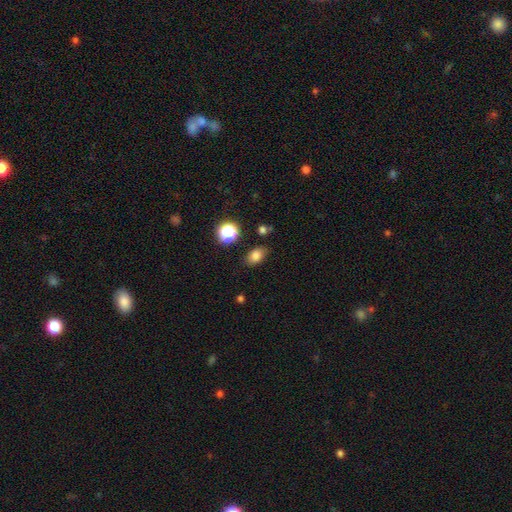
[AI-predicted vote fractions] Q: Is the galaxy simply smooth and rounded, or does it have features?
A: smooth — 80%.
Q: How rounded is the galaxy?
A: in between — 81%.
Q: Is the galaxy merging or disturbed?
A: none — 82%.